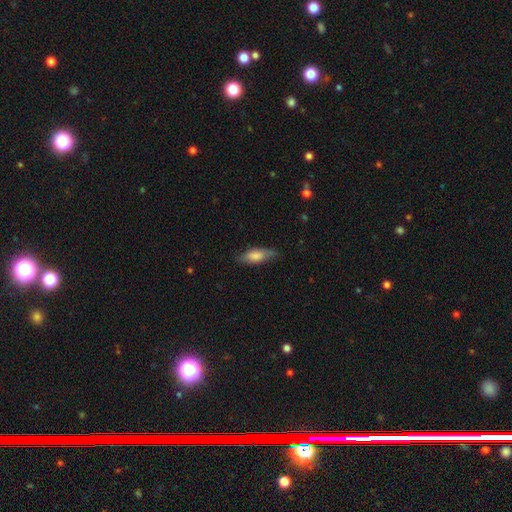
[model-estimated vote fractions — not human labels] Overall: smooth (70%). How rounded: in between (65%; cigar-shaped 33%). Merging: none (72%).